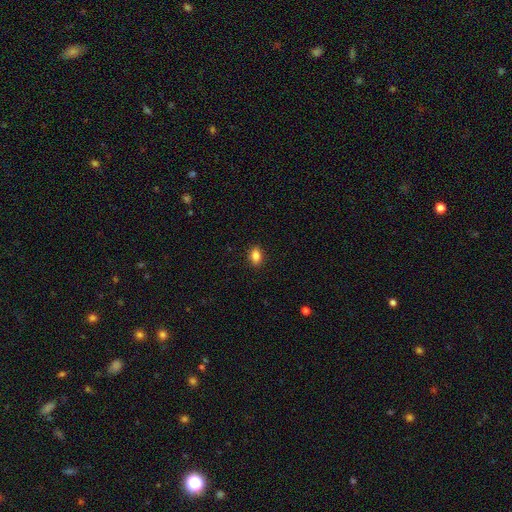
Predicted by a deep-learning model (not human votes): Morphology: type=smooth (85%); roundness=in between (81%); merging=none (89%).